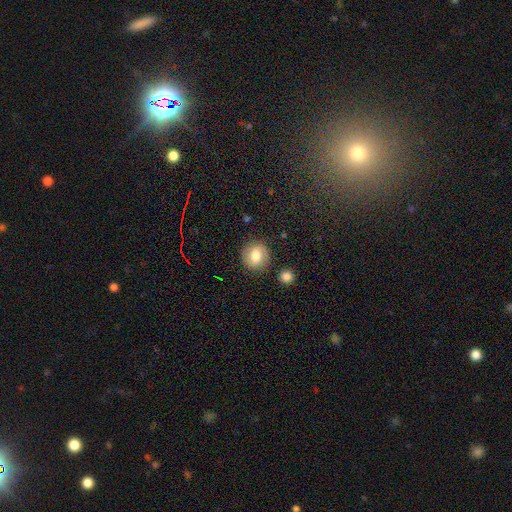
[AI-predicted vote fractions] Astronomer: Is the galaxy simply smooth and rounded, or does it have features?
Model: smooth — 73%.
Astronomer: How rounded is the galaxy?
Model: round — 86%.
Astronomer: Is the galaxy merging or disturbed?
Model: none — 86%.